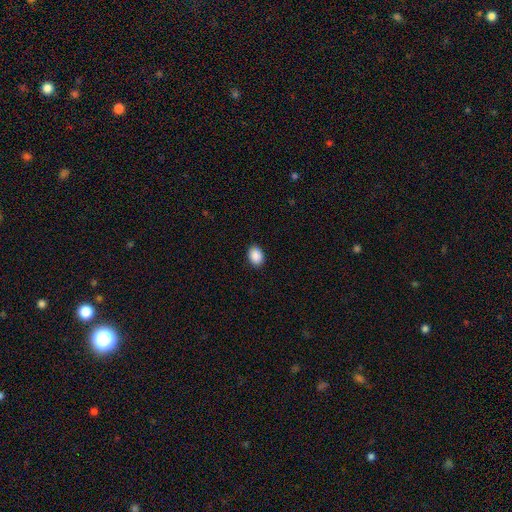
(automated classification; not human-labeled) Q: Smooth or featured?
A: smooth (90%); runner-up: star or artifact (8%)
Q: How rounded?
A: in between (74%); runner-up: round (25%)
Q: Merging?
A: none (89%); runner-up: minor disturbance (9%)